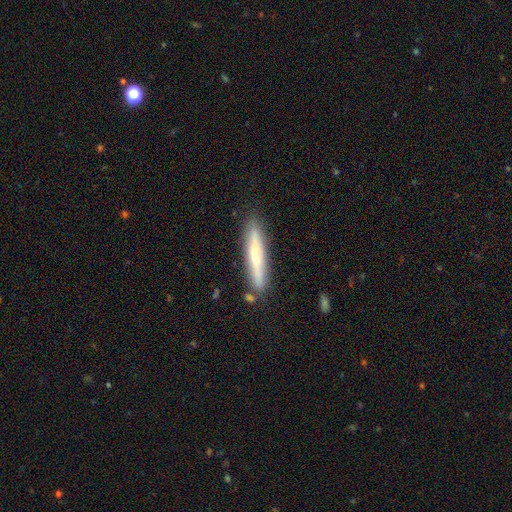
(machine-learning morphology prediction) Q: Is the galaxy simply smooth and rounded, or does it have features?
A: smooth — 59%.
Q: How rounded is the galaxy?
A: cigar-shaped — 93%.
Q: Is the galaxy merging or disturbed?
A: none — 83%.